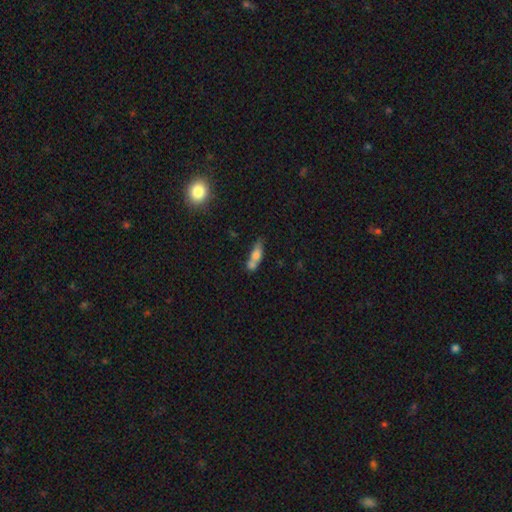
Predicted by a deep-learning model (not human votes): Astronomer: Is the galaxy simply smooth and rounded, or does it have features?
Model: smooth — 65%.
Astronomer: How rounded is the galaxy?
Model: in between — 51% (runner-up: cigar-shaped, 44%).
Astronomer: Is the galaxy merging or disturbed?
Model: merger — 44% (runner-up: none, 35%).